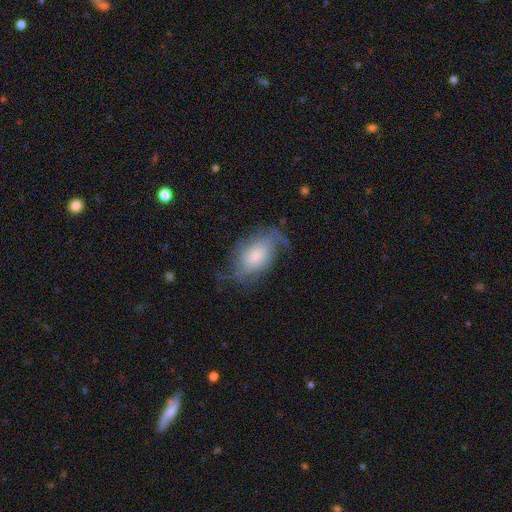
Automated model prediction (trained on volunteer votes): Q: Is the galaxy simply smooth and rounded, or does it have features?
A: featured or disk — 48%.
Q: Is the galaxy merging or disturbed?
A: none — 51%.